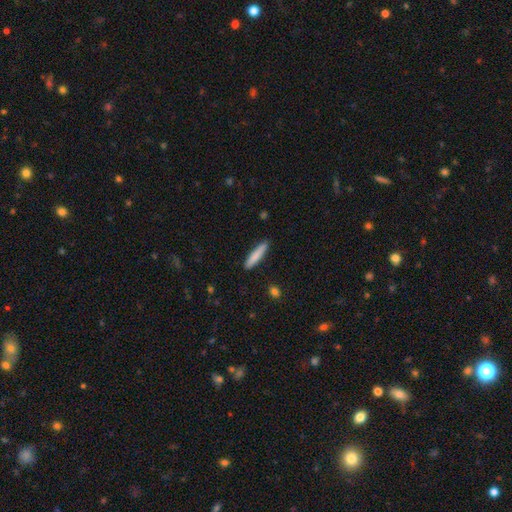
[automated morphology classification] type=smooth (81%); roundness=cigar-shaped (89%); merging=none (90%).